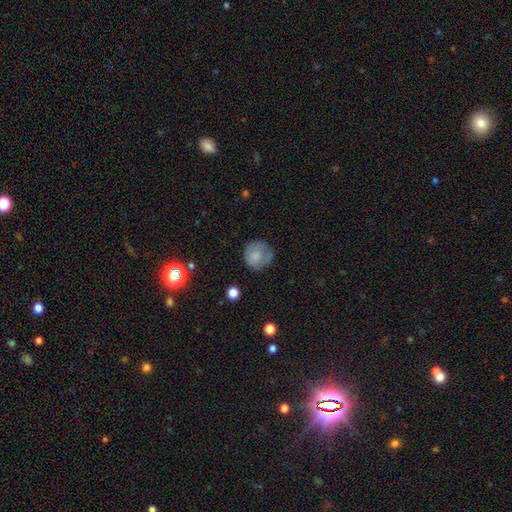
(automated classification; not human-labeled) A smooth galaxy with no disk features (77%) that is round (90%). Merging: none (67%).